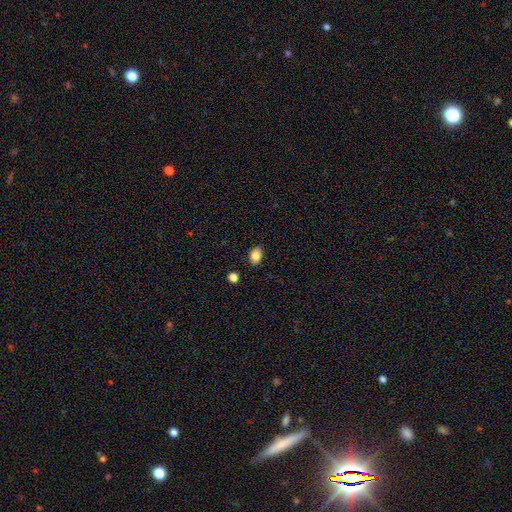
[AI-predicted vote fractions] The model was most divided on "how rounded": in between: 83%, round: 15%, cigar-shaped: 1%. More confident: merging — none (86%); smooth or featured — smooth (85%).